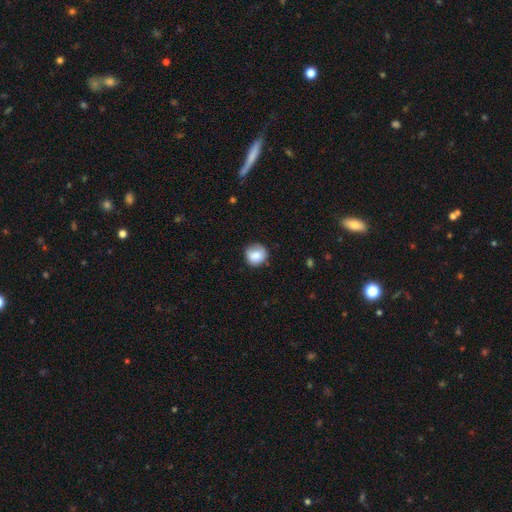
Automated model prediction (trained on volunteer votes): smooth_or_featured: smooth (p=0.83) [alt: featured or disk p=0.08]
how_rounded: round (p=0.88) [alt: in between p=0.11]
merging: none (p=0.73) [alt: minor disturbance p=0.21]